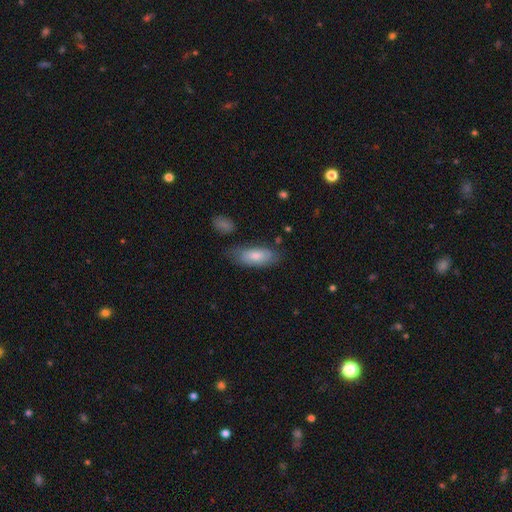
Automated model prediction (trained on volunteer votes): Smooth or featured?
  - smooth: 76% *
  - featured or disk: 18%
  - star or artifact: 6%
How rounded?
  - in between: 84% *
  - cigar-shaped: 14%
  - round: 2%
Merging?
  - none: 63% *
  - minor disturbance: 24%
  - major disturbance: 7%
  - merger: 6%